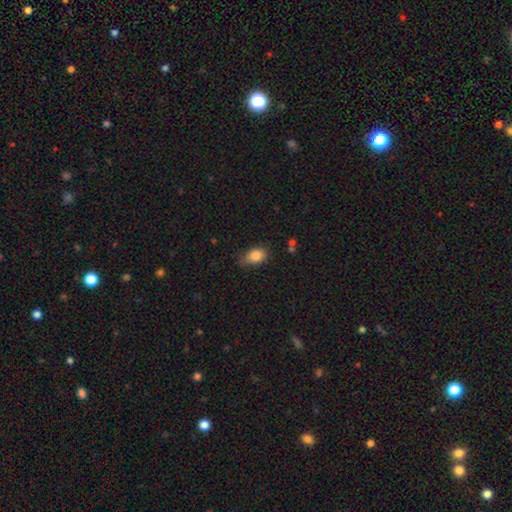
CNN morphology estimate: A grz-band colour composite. It shows a smooth galaxy with no disk features (85%) that is in between round and cigar-shaped (79%). Merging: none (60%).